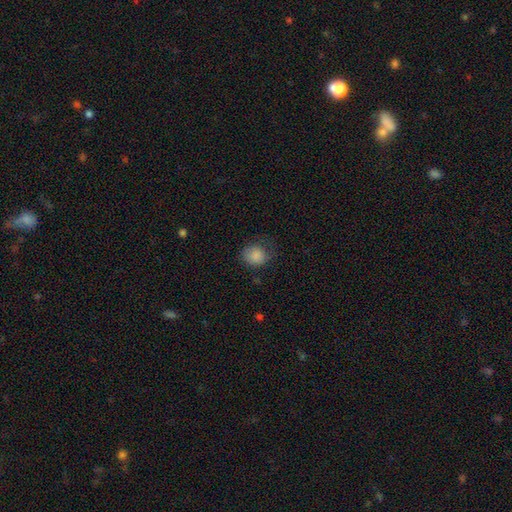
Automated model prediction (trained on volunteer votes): This is clearly a smooth galaxy (86%). How rounded: likely round (72%). Merging: likely none (61%).